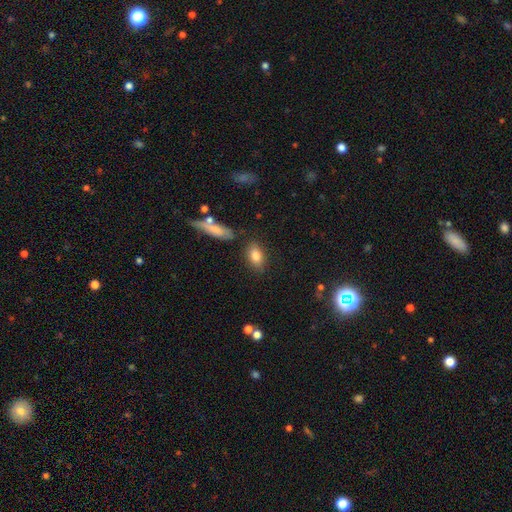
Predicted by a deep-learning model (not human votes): Smooth or featured? Predicted: smooth (p=0.82). How rounded? Predicted: in between (p=0.84). Merging? Predicted: none (p=0.79).